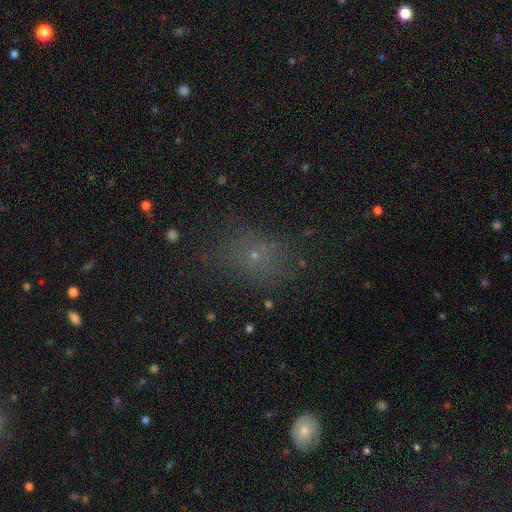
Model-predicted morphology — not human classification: This is possibly a smooth galaxy (57%). How rounded: possibly in between (55%). Merging: likely none (72%).